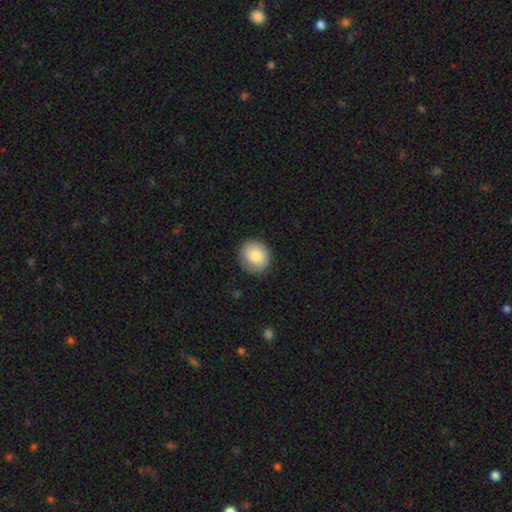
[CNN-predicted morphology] Smooth or featured?
  - smooth: 83% *
  - featured or disk: 9%
  - star or artifact: 7%
How rounded?
  - round: 79% *
  - in between: 20%
  - cigar-shaped: 1%
Merging?
  - none: 83% *
  - minor disturbance: 12%
  - major disturbance: 3%
  - merger: 1%